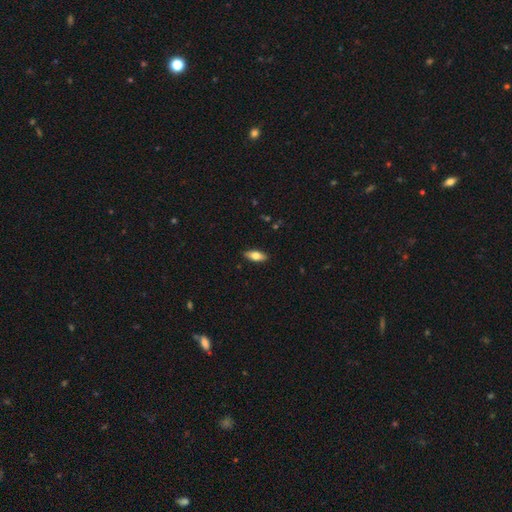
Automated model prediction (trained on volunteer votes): Smooth or featured?
  - smooth: 69% *
  - featured or disk: 24%
  - star or artifact: 7%
How rounded?
  - in between: 78% *
  - cigar-shaped: 19%
  - round: 3%
Merging?
  - none: 89% *
  - minor disturbance: 8%
  - major disturbance: 2%
  - merger: 1%